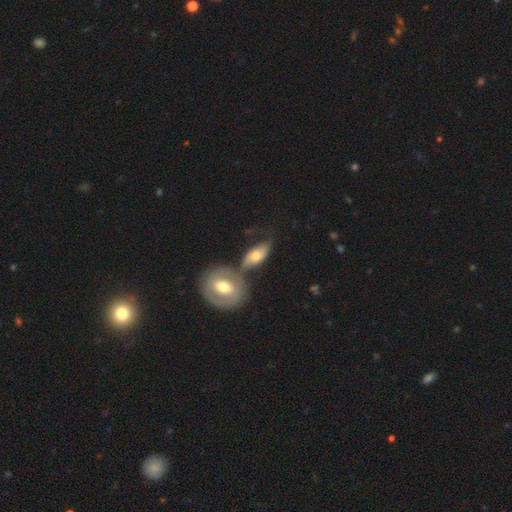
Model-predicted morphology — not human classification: smooth_or_featured: smooth (p=0.47) [tied with: featured or disk p=0.47]
merging: merger (p=0.37) [tied with: none p=0.37]